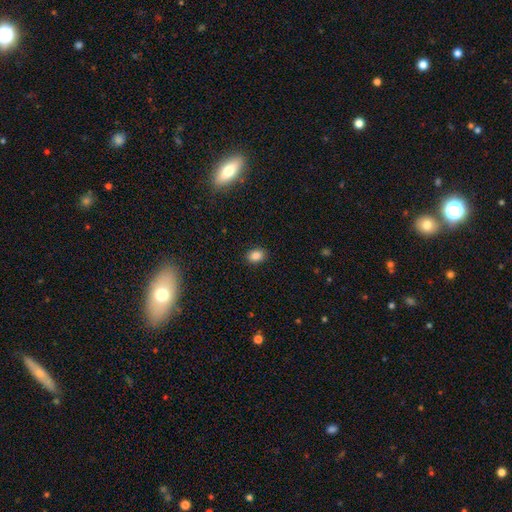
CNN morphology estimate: This appears to be a smooth galaxy with no disk features (86%) that is in between round and cigar-shaped (69%). Merging: none (89%).